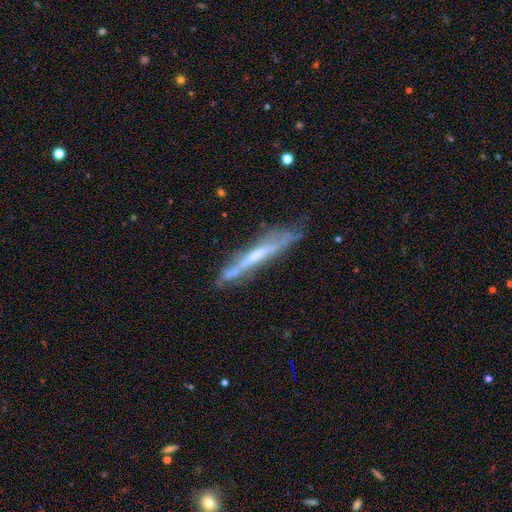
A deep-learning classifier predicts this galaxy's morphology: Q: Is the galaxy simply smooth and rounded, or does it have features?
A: featured or disk — 64%.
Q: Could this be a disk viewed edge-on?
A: yes — 81%.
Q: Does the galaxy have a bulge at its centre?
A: none — 69%.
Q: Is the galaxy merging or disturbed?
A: none — 59%.